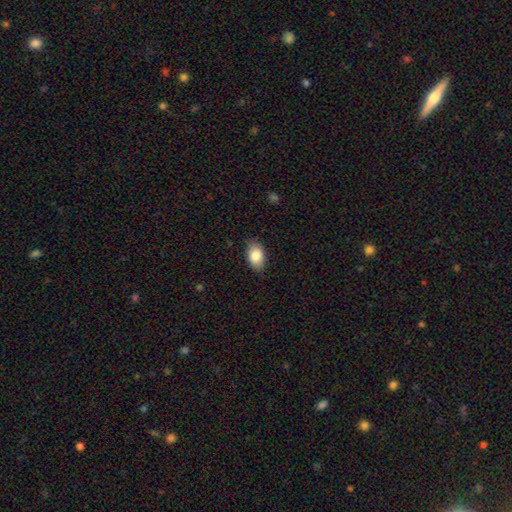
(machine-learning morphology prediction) Q: Smooth or featured?
A: smooth (86%); runner-up: star or artifact (7%)
Q: How rounded?
A: in between (89%); runner-up: round (10%)
Q: Merging?
A: none (82%); runner-up: minor disturbance (14%)